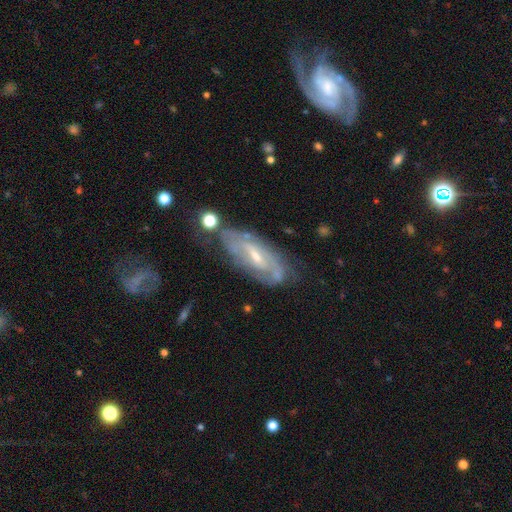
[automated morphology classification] Smooth or featured? Predicted: featured or disk (p=0.75). Edge-on disk? Predicted: no (p=0.85). Bar? Predicted: weak (p=0.48). Spiral arms? Predicted: yes (p=0.80). Spiral winding? Predicted: tight (p=0.54). Spiral arm count? Predicted: can't tell (p=0.47). Bulge size? Predicted: small (p=0.53). Merging? Predicted: none (p=0.63).